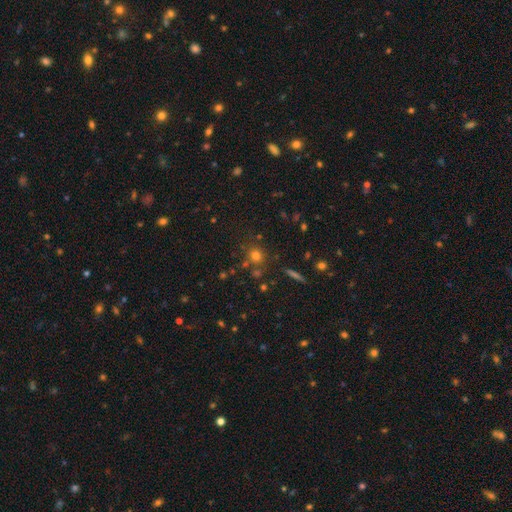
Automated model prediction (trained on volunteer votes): This appears to be a smooth galaxy with no disk features (69%) that is round (87%). Merging: none (76%).